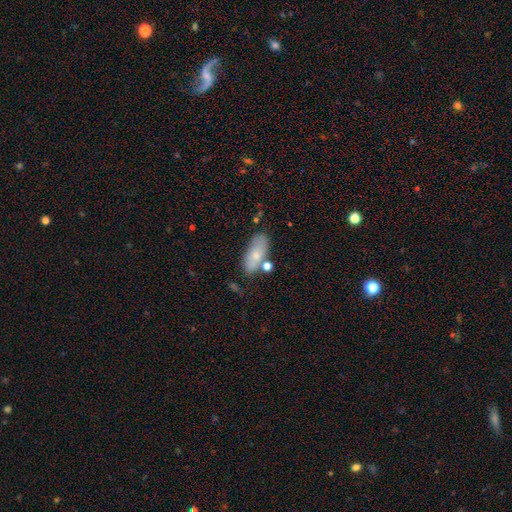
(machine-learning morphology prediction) This is likely a smooth galaxy (72%). How rounded: clearly in between (85%). Merging: likely none (68%).